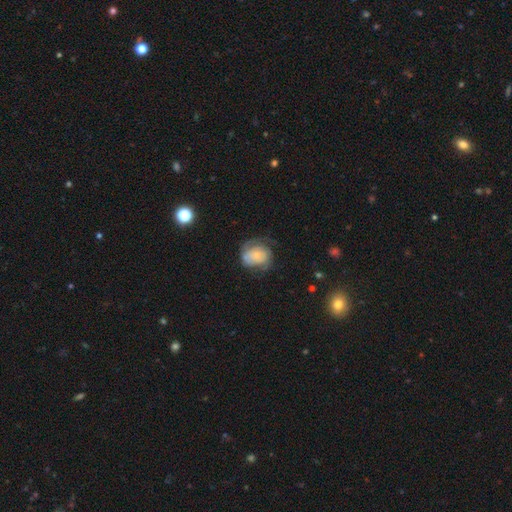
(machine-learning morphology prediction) A featured or disk galaxy (53%) with no bar (78%), spiral arms (77%) and a small central bulge (62%). Merging: none (48%).